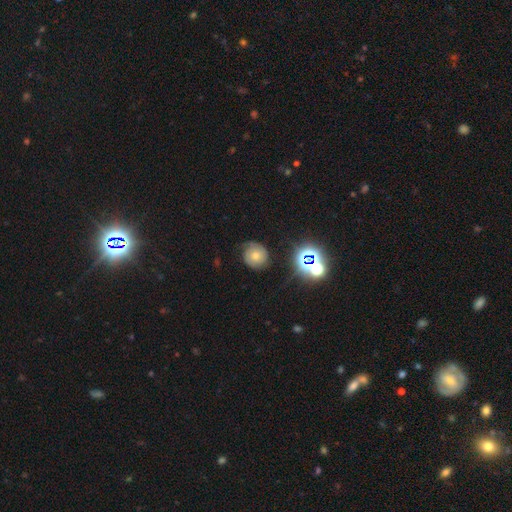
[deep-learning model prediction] smooth_or_featured: featured or disk (p=0.43) [alt: smooth p=0.39]
merging: none (p=0.71) [alt: minor disturbance p=0.20]